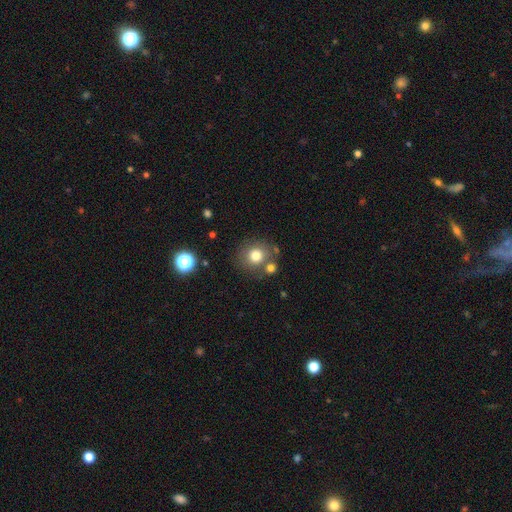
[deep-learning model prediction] This appears to be a smooth galaxy with no disk features (77%) that is round (85%). Merging: none (73%).